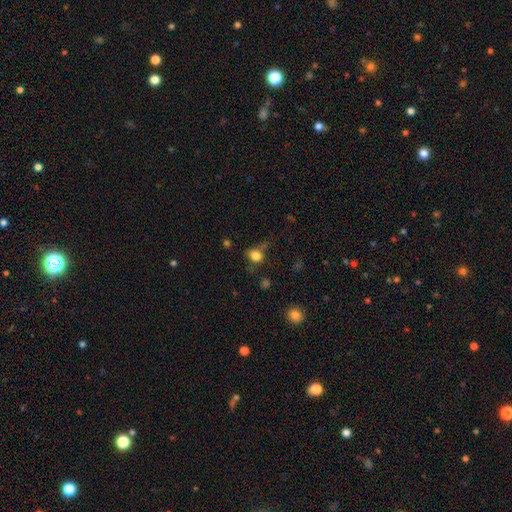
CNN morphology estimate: This appears to be a smooth galaxy with no disk features (80%) that is round (63%). Merging: none (57%).